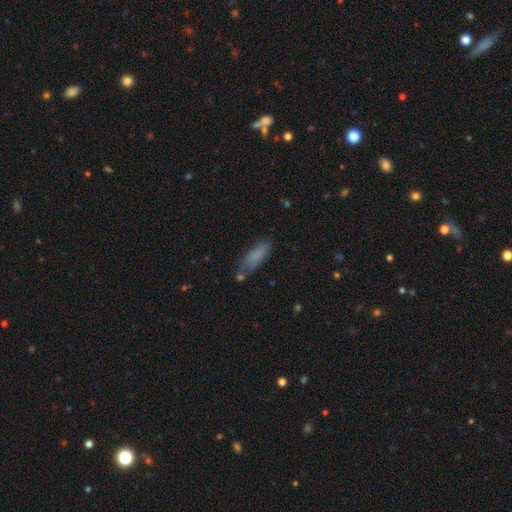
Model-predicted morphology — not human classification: This appears to be a smooth galaxy with no disk features (80%) that is in between round and cigar-shaped (54%). Merging: none (64%).